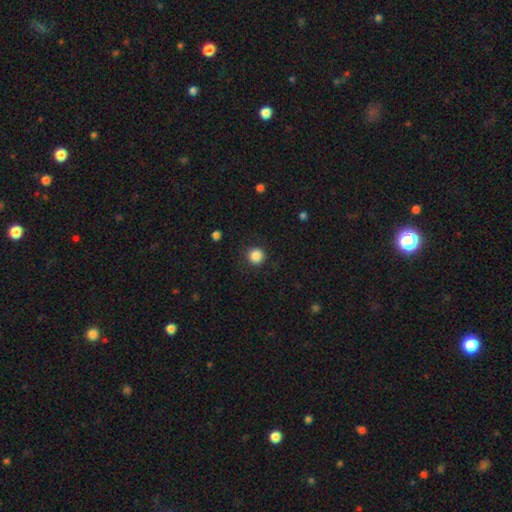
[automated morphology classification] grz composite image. It shows a smooth galaxy with no disk features (87%) that is round (94%). Merging: none (90%).